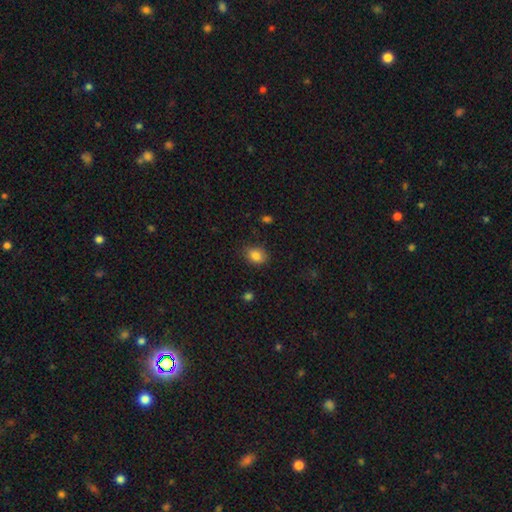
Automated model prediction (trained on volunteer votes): A smooth galaxy with no disk features (85%) that is in between round and cigar-shaped (68%).

Vote fractions:
- Smooth or featured? smooth: 85% / star or artifact: 9% / featured or disk: 6%
- How rounded? in between: 68% / round: 31% / cigar-shaped: 1%
- Merging? none: 81% / minor disturbance: 15% / major disturbance: 3% / merger: 1%